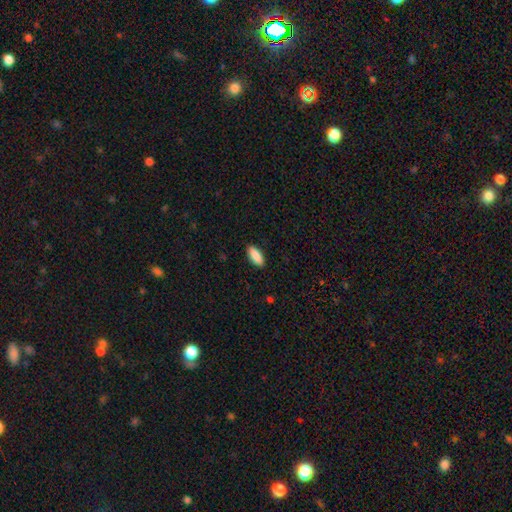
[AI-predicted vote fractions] Smooth or featured?
  - smooth: 90% *
  - star or artifact: 6%
  - featured or disk: 5%
How rounded?
  - in between: 80% *
  - cigar-shaped: 19%
  - round: 2%
Merging?
  - none: 90% *
  - minor disturbance: 7%
  - major disturbance: 2%
  - merger: 1%